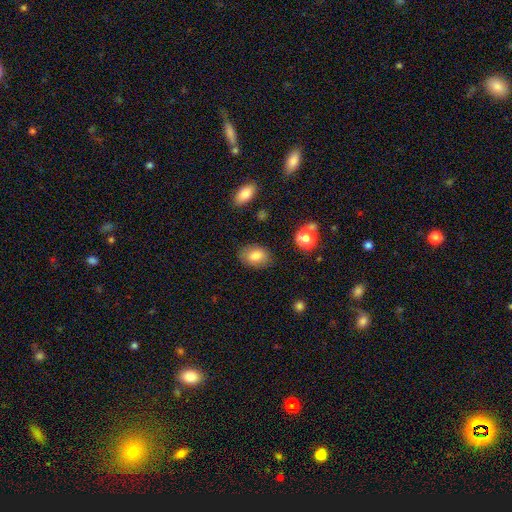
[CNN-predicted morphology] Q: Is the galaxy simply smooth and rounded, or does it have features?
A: smooth — 80%.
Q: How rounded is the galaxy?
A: in between — 77%.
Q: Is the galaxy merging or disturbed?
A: none — 80%.